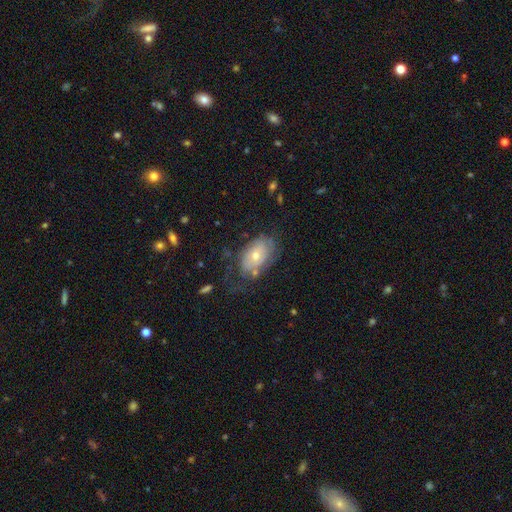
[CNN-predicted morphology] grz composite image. It shows a featured or disk galaxy (49%). Merging: none (51%).